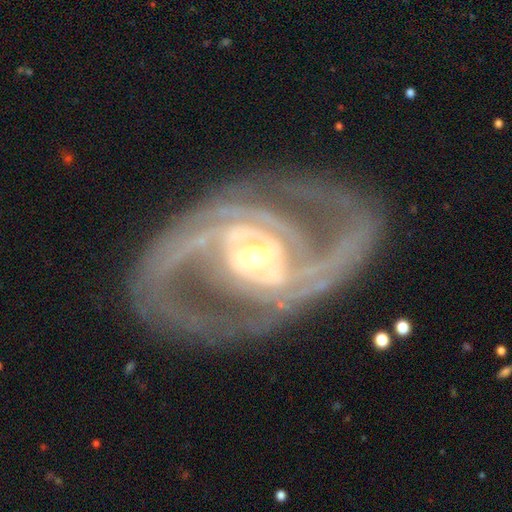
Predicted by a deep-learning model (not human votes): Morphology: type=featured or disk (91%); edge-on=no (96%); bar=no (35%); spiral arms=yes (96%); winding=medium (48%); arm count=2 (75%); bulge=moderate (53%); merging=none (76%).